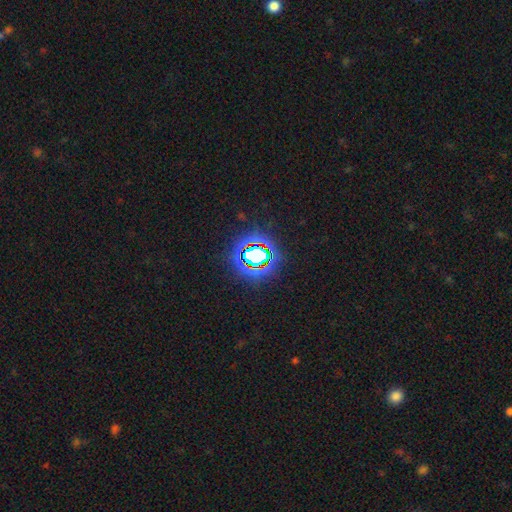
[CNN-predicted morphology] Smooth or featured: star or artifact — 71% (smooth — 18%)